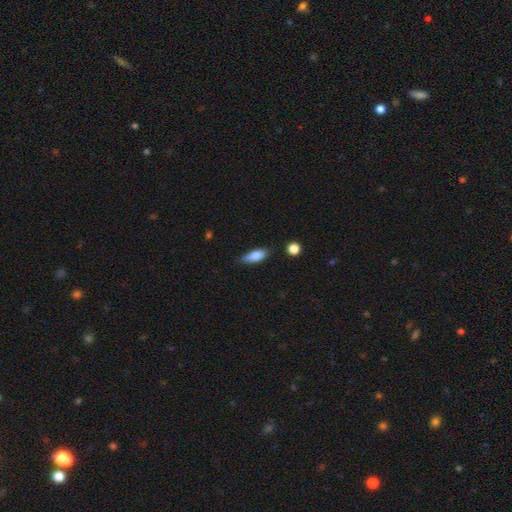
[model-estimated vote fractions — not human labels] This appears to be a smooth galaxy with no disk features (81%) that is in between round and cigar-shaped (70%). Merging: none (66%).